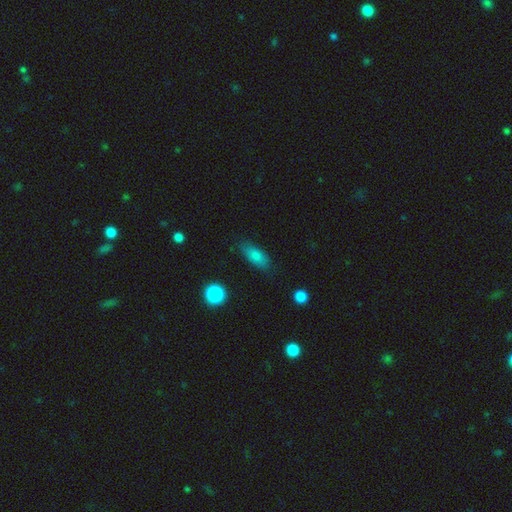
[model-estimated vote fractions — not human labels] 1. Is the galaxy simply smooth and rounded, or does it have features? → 77% smooth, 15% featured or disk, 9% star or artifact.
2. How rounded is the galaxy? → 78% in between, 18% cigar-shaped, 4% round.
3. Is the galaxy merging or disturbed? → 79% none, 16% minor disturbance, 4% major disturbance, 2% merger.